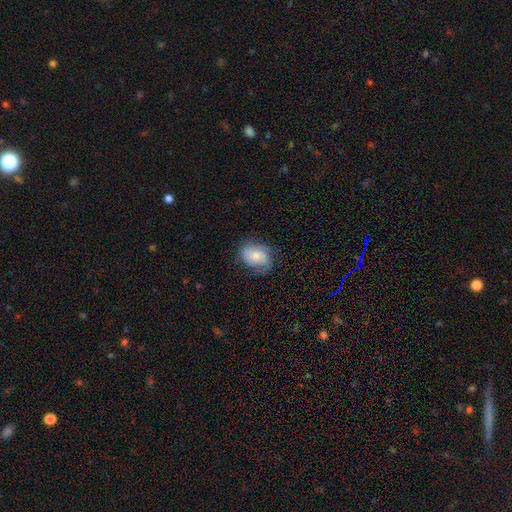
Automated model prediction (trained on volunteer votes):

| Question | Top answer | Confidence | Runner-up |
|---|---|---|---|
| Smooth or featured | smooth | 57% | featured or disk (35%) |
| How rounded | in between | 61% | round (38%) |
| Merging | none | 69% | minor disturbance (22%) |